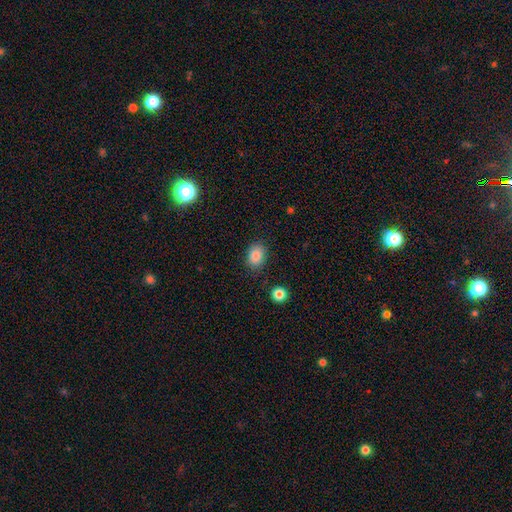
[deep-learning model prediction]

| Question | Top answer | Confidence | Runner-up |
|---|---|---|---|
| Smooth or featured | smooth | 87% | star or artifact (9%) |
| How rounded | in between | 74% | round (25%) |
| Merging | none | 84% | minor disturbance (11%) |